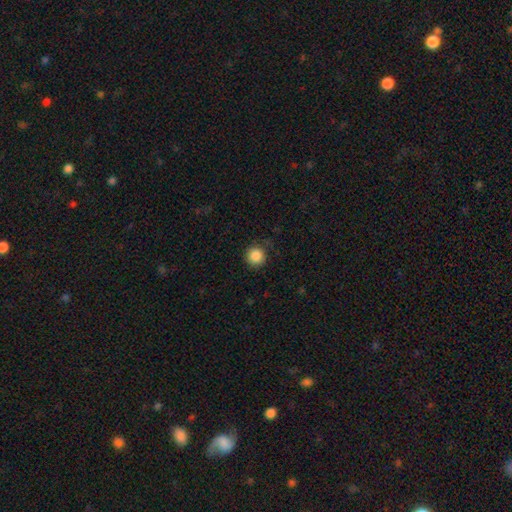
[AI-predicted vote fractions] smooth-or-featured: smooth: 87% | star or artifact: 10% | featured or disk: 3%
  how-rounded: round: 95% | in between: 4% | cigar-shaped: 1%
  merging: none: 84% | minor disturbance: 11% | major disturbance: 4% | merger: 1%